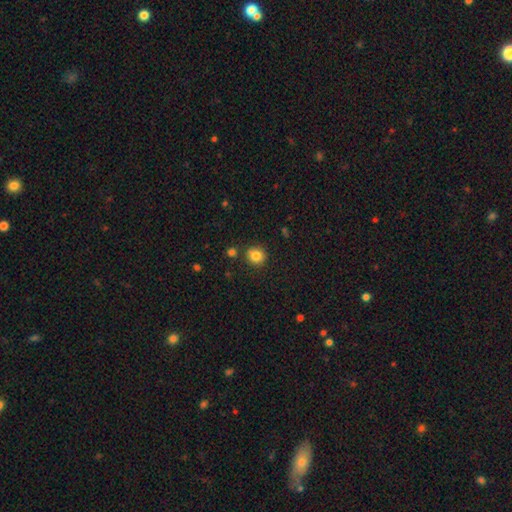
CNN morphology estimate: Smooth or featured?
  - smooth: 83% *
  - star or artifact: 11%
  - featured or disk: 6%
How rounded?
  - round: 88% *
  - in between: 11%
  - cigar-shaped: 1%
Merging?
  - none: 84% *
  - minor disturbance: 8%
  - merger: 5%
  - major disturbance: 2%